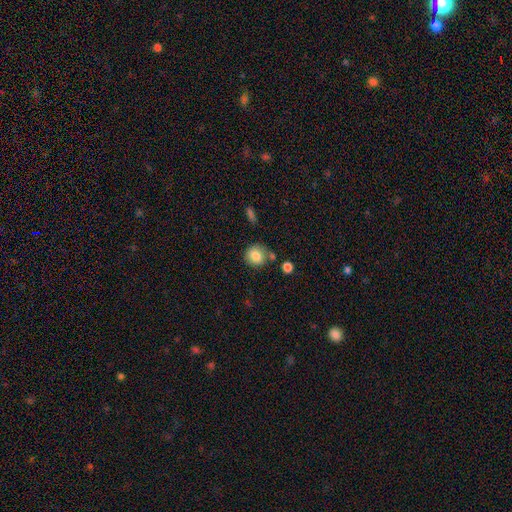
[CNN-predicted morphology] Overall: smooth (84%). How rounded: round (84%). Merging: none (70%).